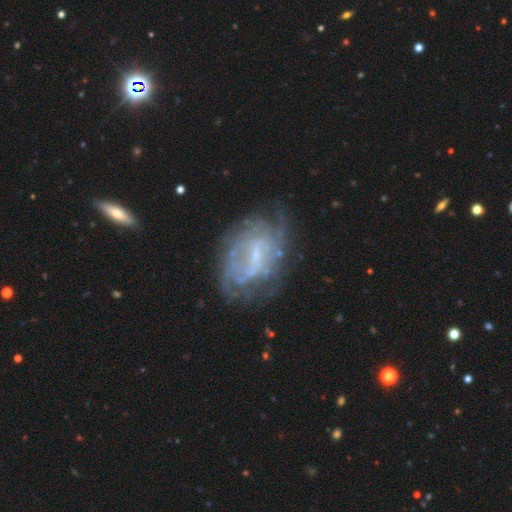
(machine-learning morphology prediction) A featured or disk galaxy (78%) with a weak bar (51%), tight (48%) spiral arms (78%) and a small central bulge (68%). Merging: none (60%).